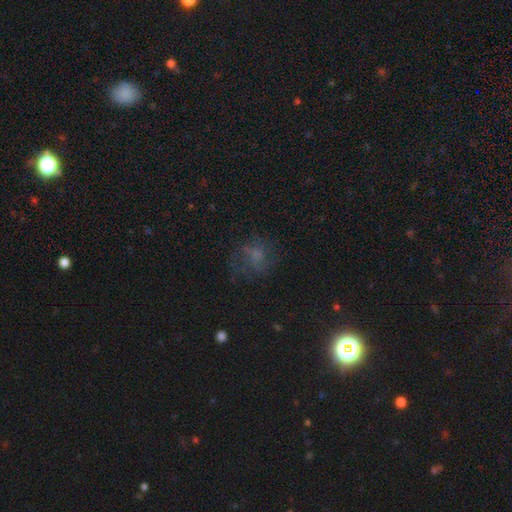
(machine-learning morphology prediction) Smooth or featured? smooth (43%)
Merging? none (56%)